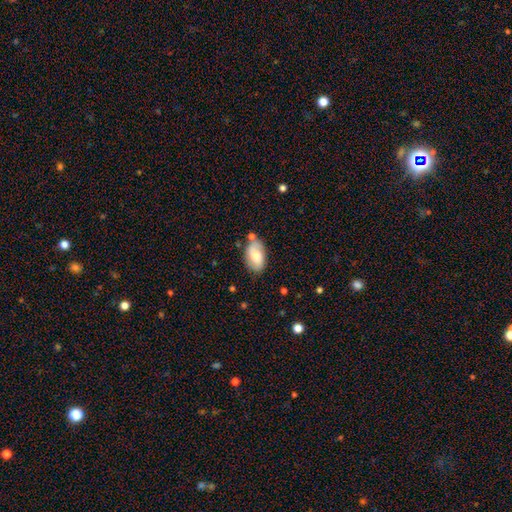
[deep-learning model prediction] Smooth or featured? Predicted: smooth (p=0.59). How rounded? Predicted: in between (p=0.93). Merging? Predicted: none (p=0.66).